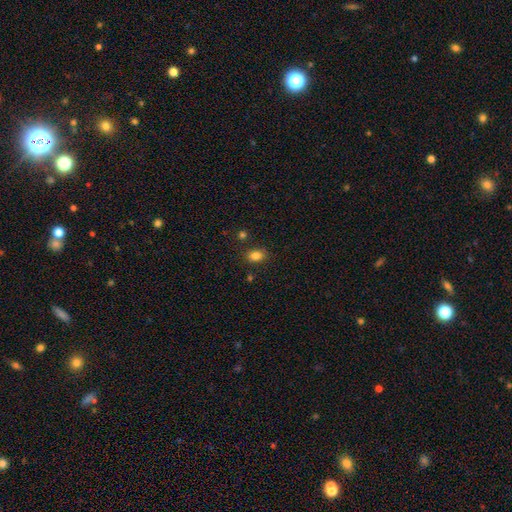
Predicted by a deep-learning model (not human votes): Smooth or featured: smooth — 84% (star or artifact — 11%)
How rounded: in between — 67% (round — 32%)
Merging: none — 80% (minor disturbance — 12%)